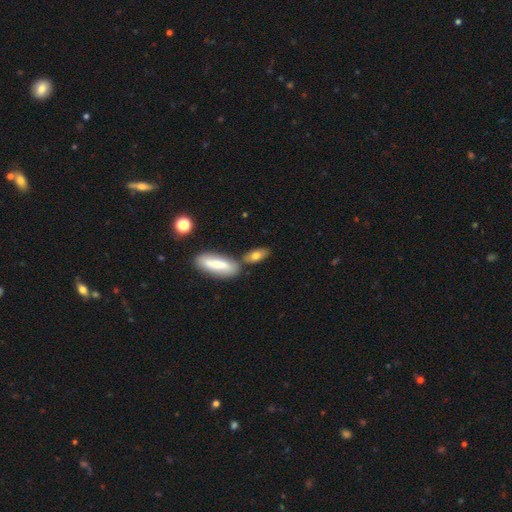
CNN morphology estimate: type=smooth (71%); roundness=in between (73%); merging=none (64%).